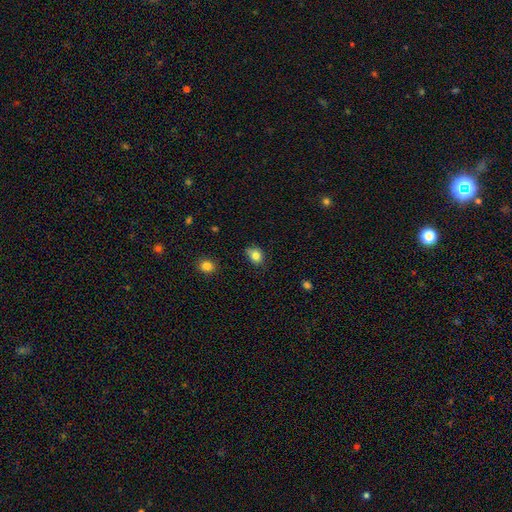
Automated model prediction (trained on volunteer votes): Overall: smooth (81%). How rounded: round (57%; in between 42%). Merging: none (66%).